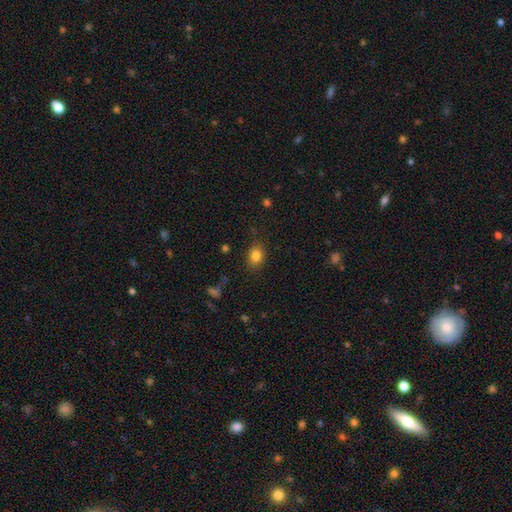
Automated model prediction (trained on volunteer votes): smooth 82%, star or artifact 11%, featured or disk 7%. Down the decision tree: how rounded — in between (60%); merging — none (84%).